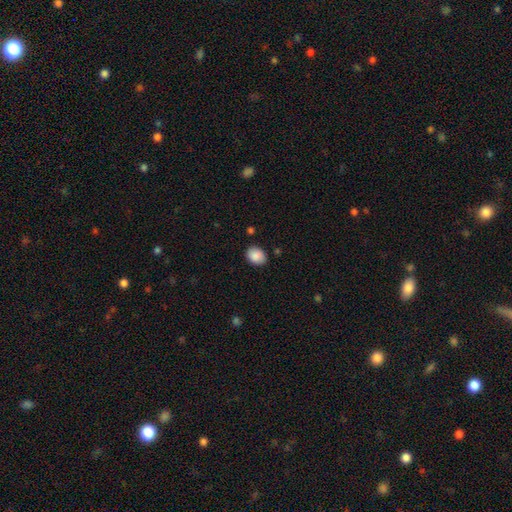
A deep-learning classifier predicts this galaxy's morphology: Q: Smooth or featured?
A: smooth (89%); runner-up: star or artifact (8%)
Q: How rounded?
A: in between (59%); runner-up: round (40%)
Q: Merging?
A: none (85%); runner-up: minor disturbance (11%)